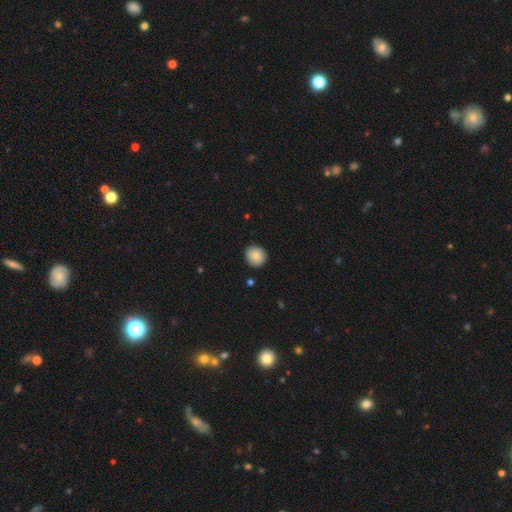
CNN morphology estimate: Overall: smooth (84%). How rounded: round (91%). Merging: none (89%).